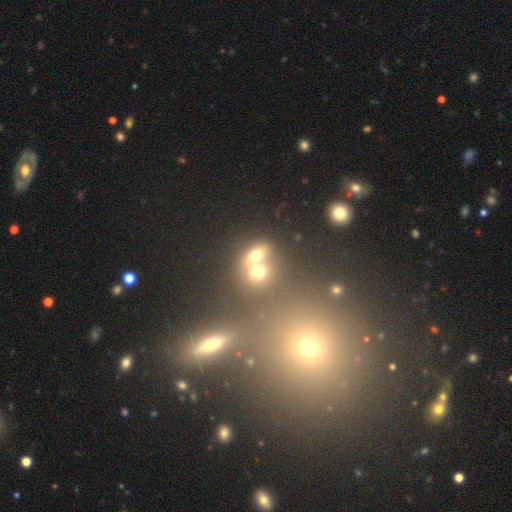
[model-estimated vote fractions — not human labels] Overall: smooth (62%). How rounded: in between (53%; round 43%). Merging: merger (54%; none 35%).